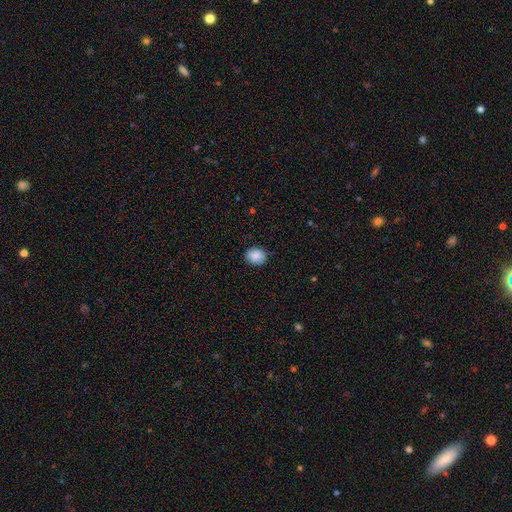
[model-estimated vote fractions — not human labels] Smooth or featured?
  - smooth: 84% *
  - star or artifact: 8%
  - featured or disk: 8%
How rounded?
  - round: 51% *
  - in between: 48%
  - cigar-shaped: 1%
Merging?
  - none: 82% *
  - minor disturbance: 14%
  - major disturbance: 3%
  - merger: 1%